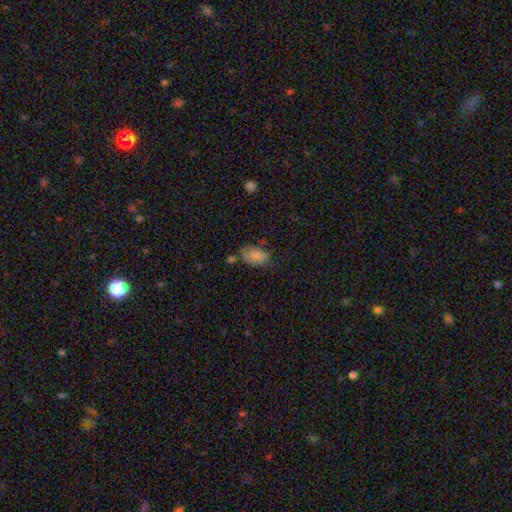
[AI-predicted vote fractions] Smooth or featured: smooth — 81% (featured or disk — 10%)
How rounded: in between — 90% (round — 8%)
Merging: none — 53% (minor disturbance — 28%)